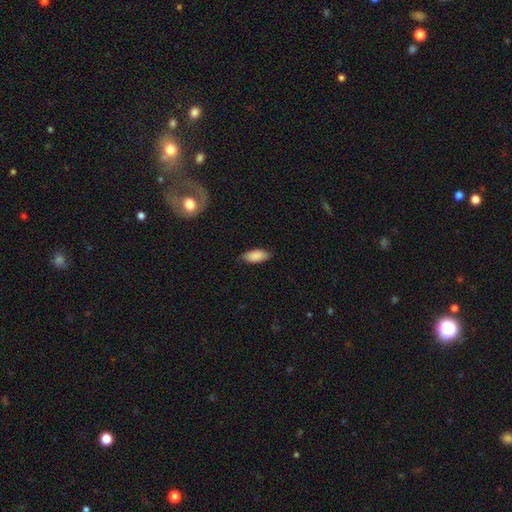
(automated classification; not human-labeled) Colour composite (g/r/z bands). It shows a smooth galaxy with no disk features (88%) that is in between round and cigar-shaped (85%). Merging: none (84%).